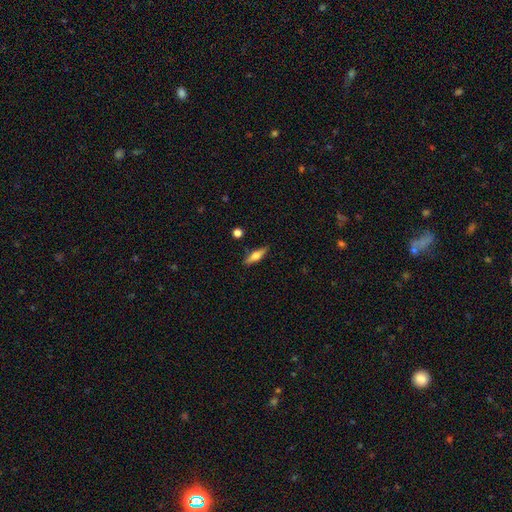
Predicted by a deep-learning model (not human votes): Q: Smooth or featured?
A: smooth (52%); runner-up: featured or disk (41%)
Q: How rounded?
A: cigar-shaped (60%); runner-up: in between (37%)
Q: Merging?
A: none (85%); runner-up: minor disturbance (10%)